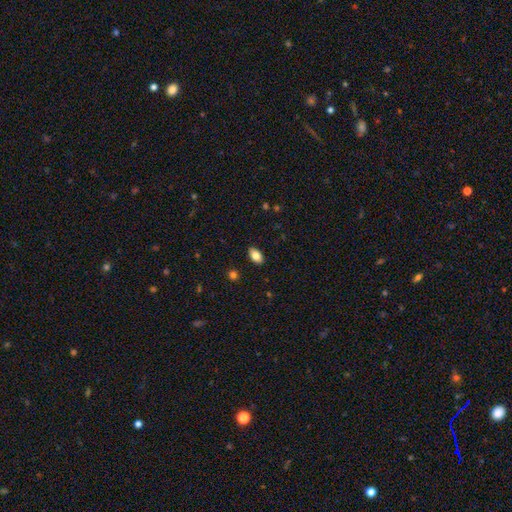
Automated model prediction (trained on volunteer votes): A smooth galaxy with no disk features (83%) that is in between round and cigar-shaped (91%). Merging: none (88%).